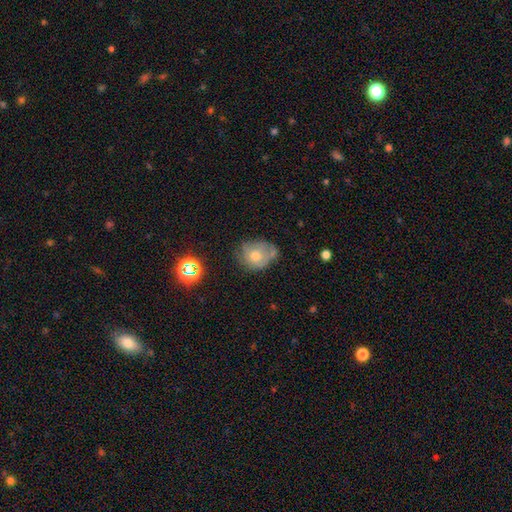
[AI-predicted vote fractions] smooth 54%, featured or disk 31%, star or artifact 14%. Down the decision tree: how rounded — round (58%); merging — none (48%).